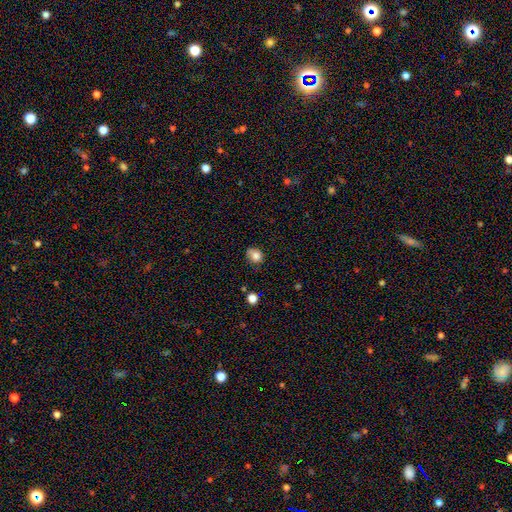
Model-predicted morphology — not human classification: Smooth or featured? Predicted: smooth (p=0.80). How rounded? Predicted: round (p=0.57). Merging? Predicted: none (p=0.54).